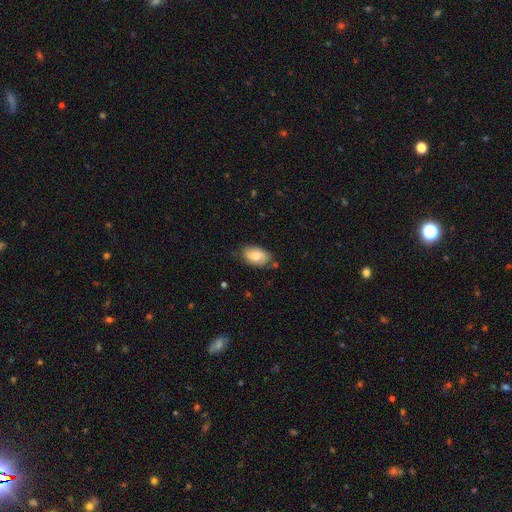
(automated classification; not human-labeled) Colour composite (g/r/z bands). It shows a smooth galaxy with no disk features (78%) that is in between round and cigar-shaped (92%). Merging: none (71%).